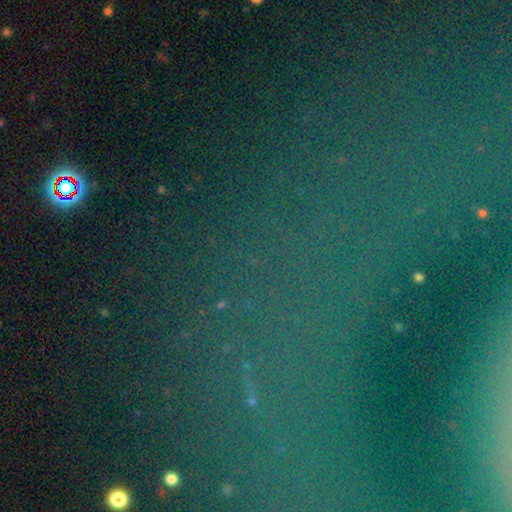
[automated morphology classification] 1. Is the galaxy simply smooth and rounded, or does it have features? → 71% star or artifact, 15% smooth, 14% featured or disk.